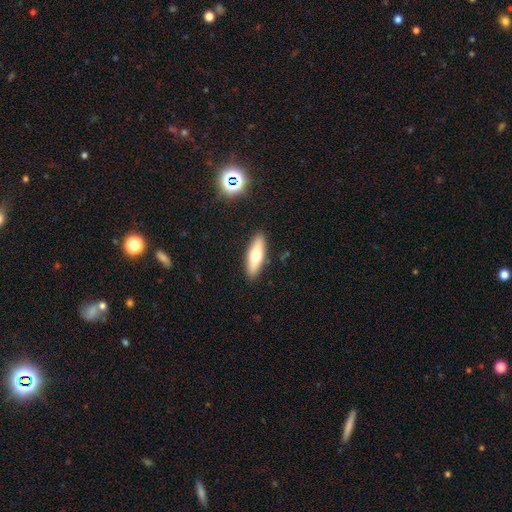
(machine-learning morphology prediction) Smooth or featured: smooth — 64% (featured or disk — 29%)
How rounded: in between — 55% (cigar-shaped — 42%)
Merging: none — 89% (minor disturbance — 8%)